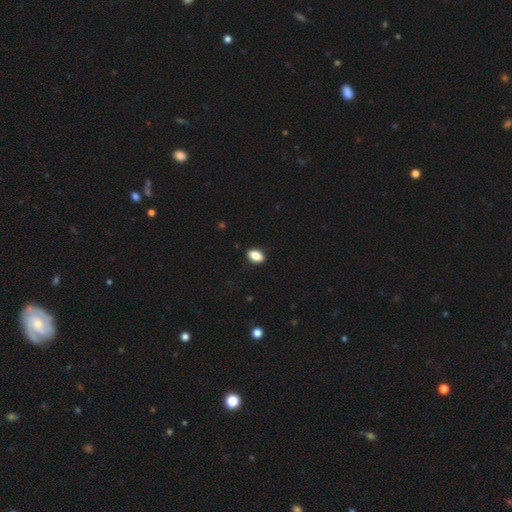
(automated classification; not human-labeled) Morphology: type=smooth (86%); roundness=in between (90%); merging=none (89%).